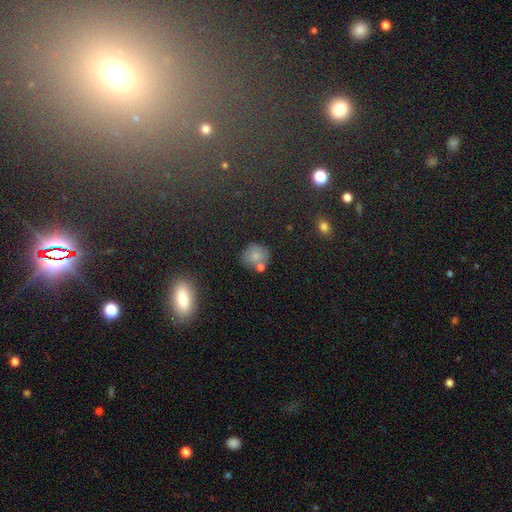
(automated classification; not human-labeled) A smooth galaxy with no disk features (73%) that is round (80%).

Vote fractions:
- Smooth or featured? smooth: 73% / star or artifact: 15% / featured or disk: 13%
- How rounded? round: 80% / in between: 19% / cigar-shaped: 1%
- Merging? none: 60% / merger: 20% / minor disturbance: 15% / major disturbance: 5%